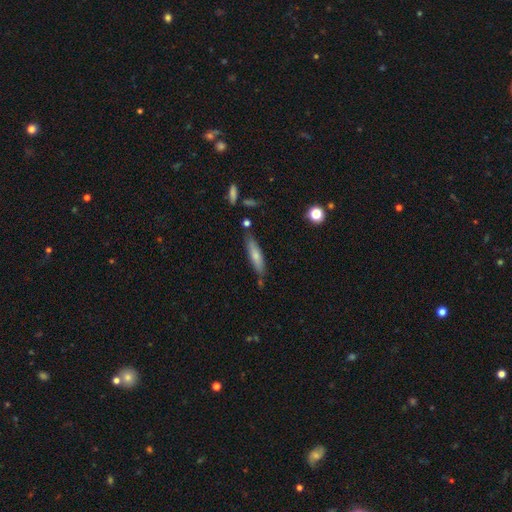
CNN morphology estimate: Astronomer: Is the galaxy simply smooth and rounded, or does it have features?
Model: smooth — 69%.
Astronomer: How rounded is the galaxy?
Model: cigar-shaped — 76%.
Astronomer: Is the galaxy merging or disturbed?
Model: none — 74%.